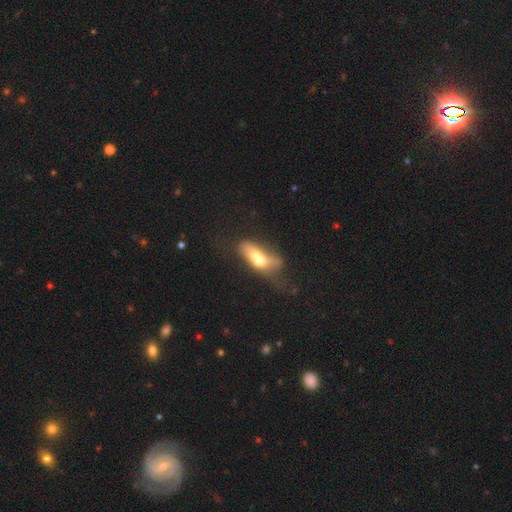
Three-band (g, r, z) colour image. It shows a smooth galaxy with no disk features (68%) that is in between round and cigar-shaped (69%). Merging: merger (73%).